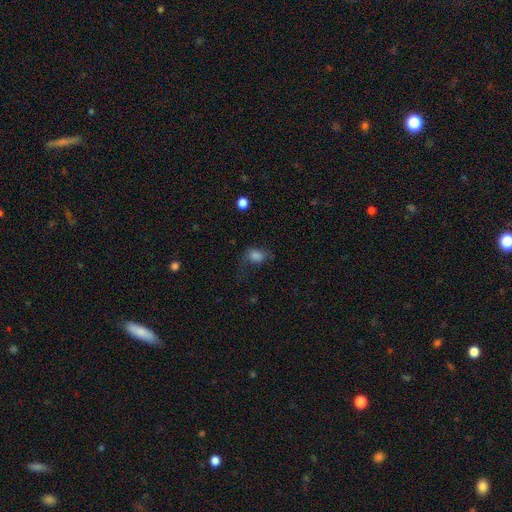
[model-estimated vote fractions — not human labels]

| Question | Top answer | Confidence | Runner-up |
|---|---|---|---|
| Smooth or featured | smooth | 77% | star or artifact (12%) |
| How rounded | in between | 58% | round (41%) |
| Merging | none | 38% | major disturbance (33%) |